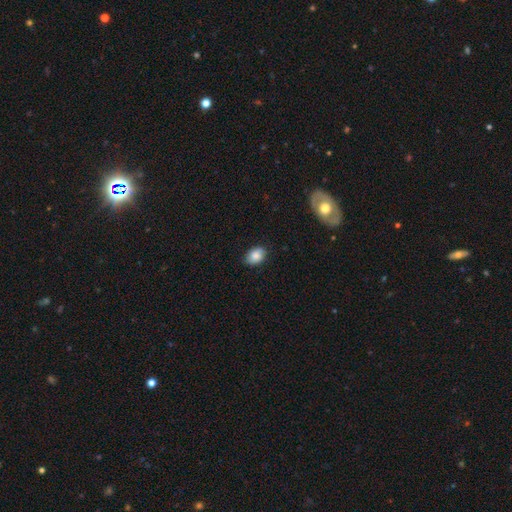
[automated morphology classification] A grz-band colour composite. It shows a smooth galaxy with no disk features (83%) that is in between round and cigar-shaped (80%). Merging: none (81%).